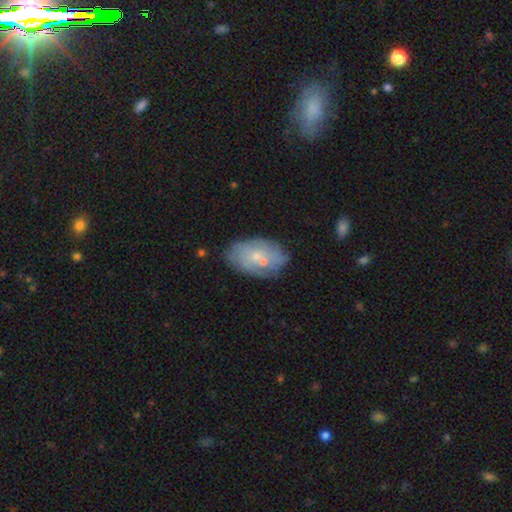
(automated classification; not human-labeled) This appears to be a smooth galaxy with no disk features (49%). Merging: none (60%).